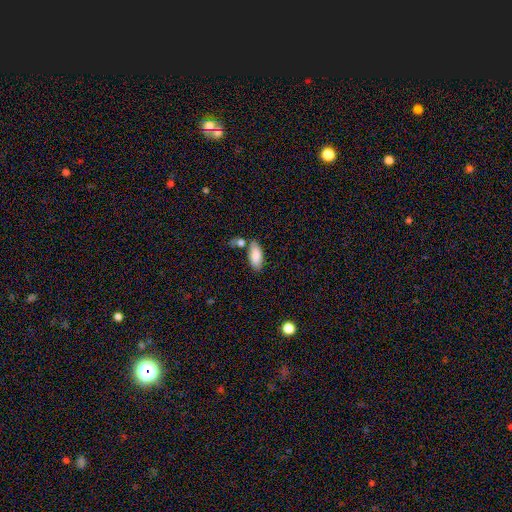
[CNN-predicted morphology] The model was most divided on "merging": none: 66%, minor disturbance: 15%, merger: 15%, major disturbance: 4%. More confident: smooth or featured — smooth (86%); how rounded — in between (84%).